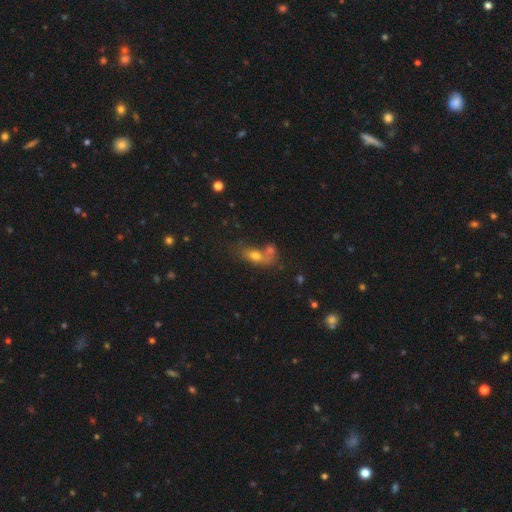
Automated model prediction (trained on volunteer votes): A smooth galaxy with no disk features (64%) that is in between round and cigar-shaped (69%).

Vote fractions:
- Smooth or featured? smooth: 64% / featured or disk: 21% / star or artifact: 15%
- How rounded? in between: 69% / round: 19% / cigar-shaped: 12%
- Merging? merger: 46% / none: 32% / minor disturbance: 12% / major disturbance: 10%